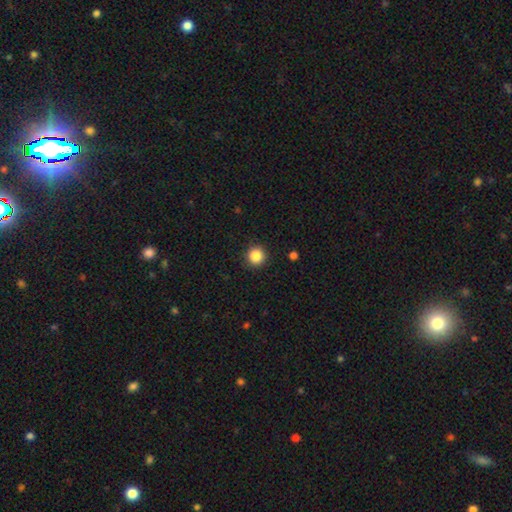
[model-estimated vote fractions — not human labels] Smooth or featured? smooth (86%)
How rounded? round (94%)
Merging? none (91%)